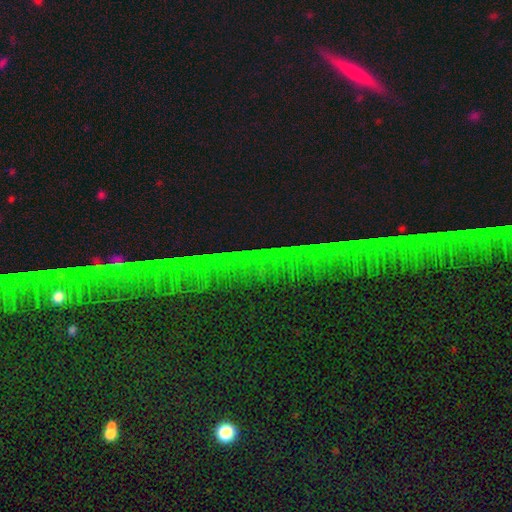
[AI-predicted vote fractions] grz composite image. It shows a star or artifact, not a galaxy (80%).